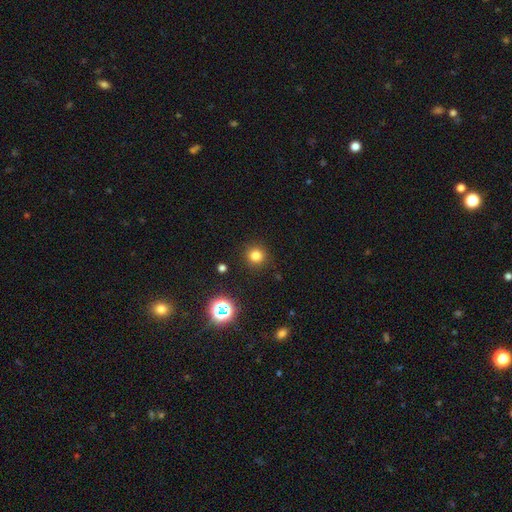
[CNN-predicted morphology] Smooth or featured?
  - smooth: 79% *
  - star or artifact: 16%
  - featured or disk: 5%
How rounded?
  - round: 92% *
  - in between: 7%
  - cigar-shaped: 1%
Merging?
  - none: 90% *
  - minor disturbance: 6%
  - major disturbance: 2%
  - merger: 1%